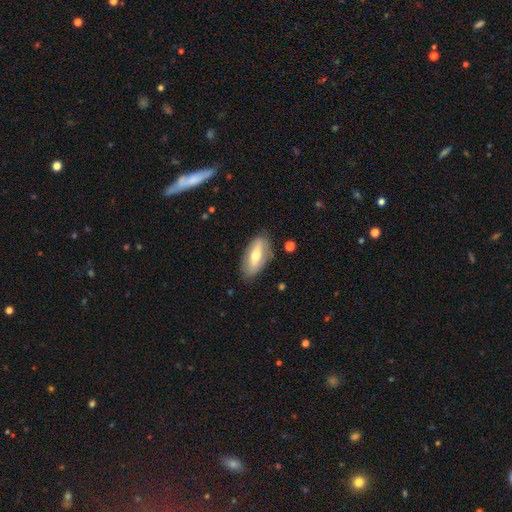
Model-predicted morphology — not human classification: smooth 50%, featured or disk 43%, star or artifact 6%. Down the decision tree: how rounded — in between (80%); merging — none (78%).